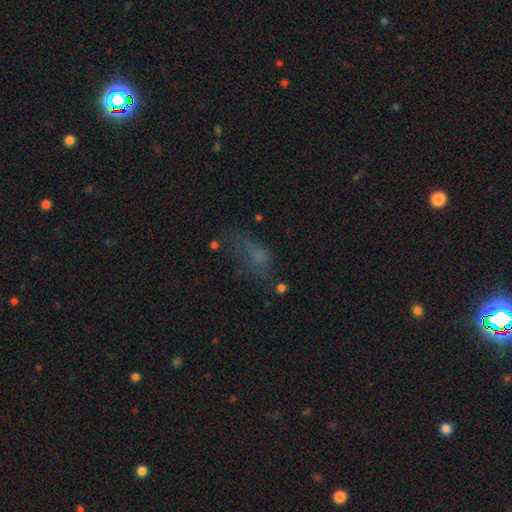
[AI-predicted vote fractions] Smooth or featured? smooth (51%)
How rounded? in between (75%)
Merging? none (40%)